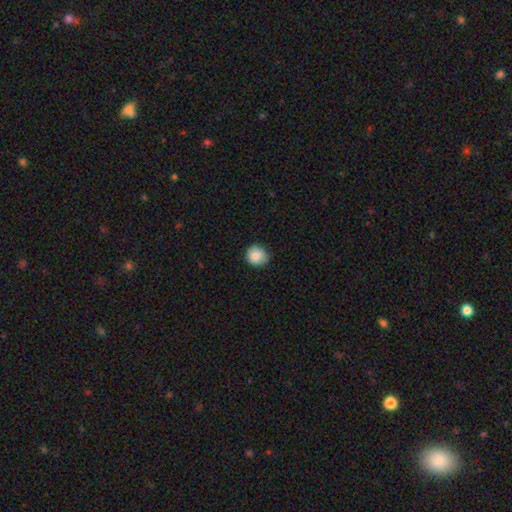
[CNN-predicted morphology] smooth 88%, star or artifact 8%, featured or disk 4%. Down the decision tree: how rounded — round (87%); merging — none (85%).